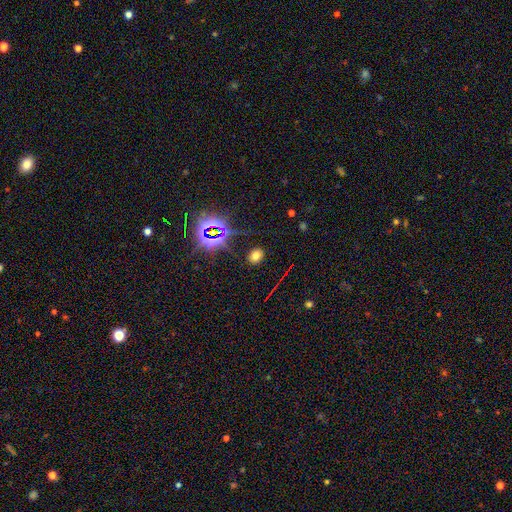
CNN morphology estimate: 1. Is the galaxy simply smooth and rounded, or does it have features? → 62% smooth, 30% star or artifact, 9% featured or disk.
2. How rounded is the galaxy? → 51% in between, 47% round, 2% cigar-shaped.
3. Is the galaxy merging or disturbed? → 86% none, 9% minor disturbance, 4% major disturbance, 2% merger.